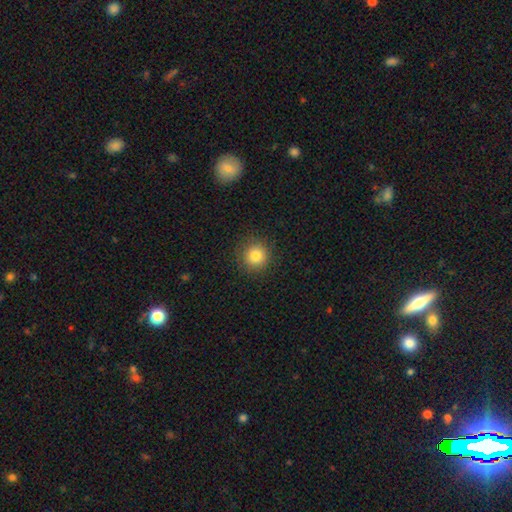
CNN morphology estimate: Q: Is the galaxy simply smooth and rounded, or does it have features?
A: smooth — 82%.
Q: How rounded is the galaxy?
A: round — 93%.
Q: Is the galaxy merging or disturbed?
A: none — 89%.